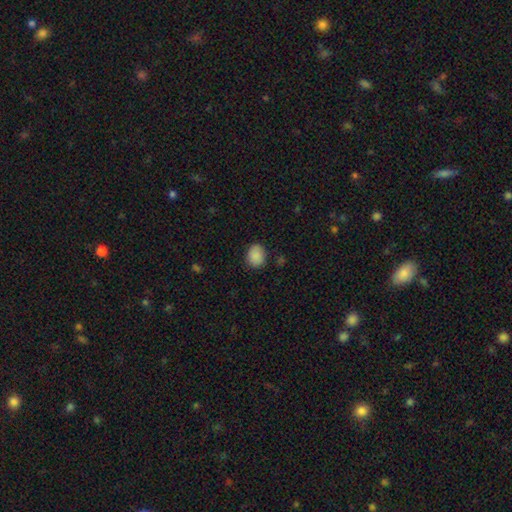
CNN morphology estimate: Smooth or featured: smooth — 87% (star or artifact — 8%)
How rounded: round — 56% (in between — 43%)
Merging: none — 83% (minor disturbance — 12%)